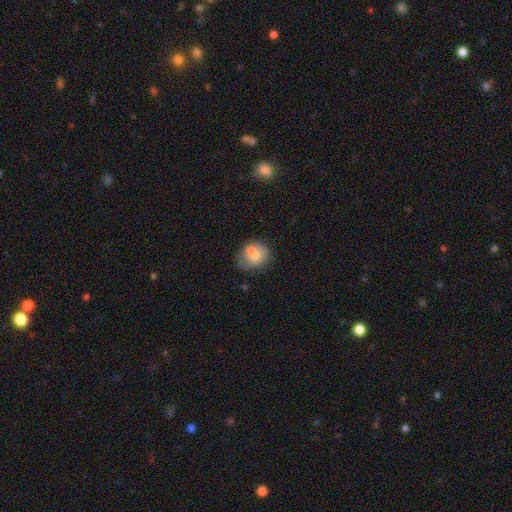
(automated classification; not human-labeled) Smooth or featured? smooth (62%)
How rounded? round (70%)
Merging? none (44%)